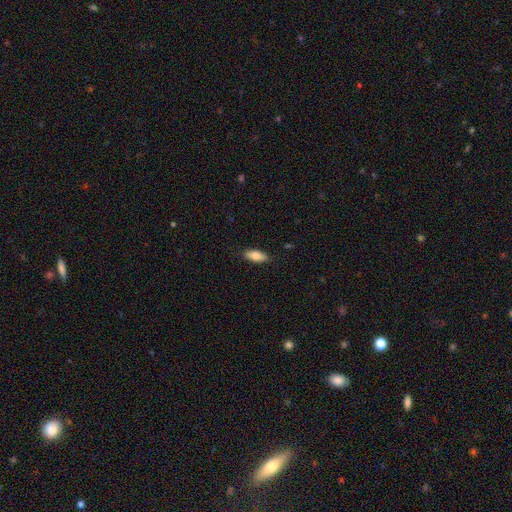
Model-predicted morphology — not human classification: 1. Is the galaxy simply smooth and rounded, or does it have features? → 82% smooth, 12% featured or disk, 7% star or artifact.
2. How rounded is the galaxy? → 81% in between, 16% cigar-shaped, 2% round.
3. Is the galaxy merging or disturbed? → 85% none, 12% minor disturbance, 2% major disturbance, 1% merger.